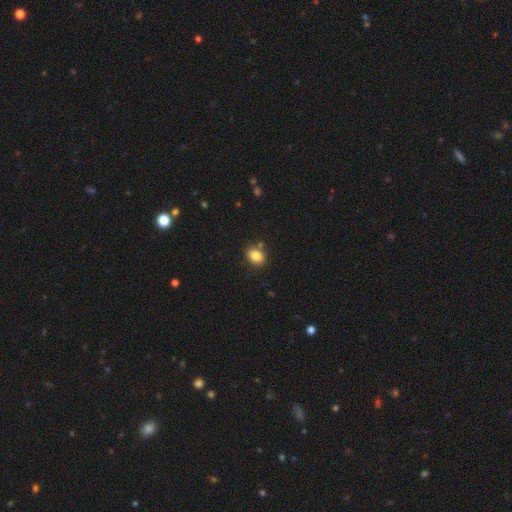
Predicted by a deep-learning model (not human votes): Q: Smooth or featured?
A: smooth (84%); runner-up: star or artifact (10%)
Q: How rounded?
A: in between (57%); runner-up: round (42%)
Q: Merging?
A: none (80%); runner-up: minor disturbance (11%)